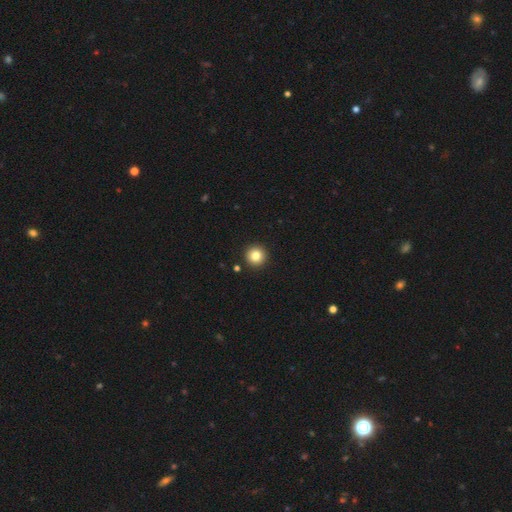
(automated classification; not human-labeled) smooth 83%, star or artifact 11%, featured or disk 6%. Down the decision tree: how rounded — round (96%); merging — none (93%).